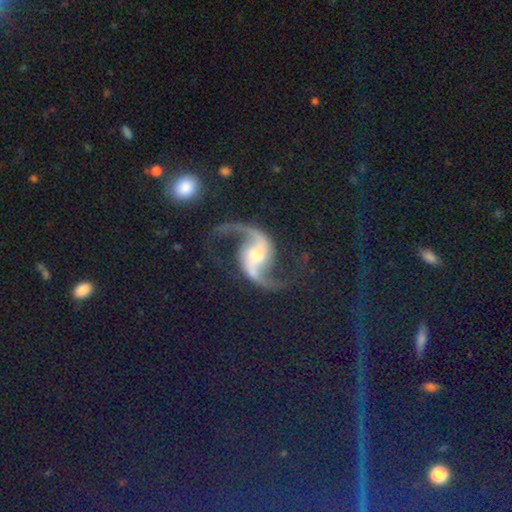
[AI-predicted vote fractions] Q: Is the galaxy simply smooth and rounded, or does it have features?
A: featured or disk — 94%.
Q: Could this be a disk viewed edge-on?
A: no — 98%.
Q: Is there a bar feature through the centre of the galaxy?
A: weak — 37%.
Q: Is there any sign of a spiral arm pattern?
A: yes — 98%.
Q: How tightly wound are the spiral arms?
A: loose — 71%.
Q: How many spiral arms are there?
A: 2 — 95%.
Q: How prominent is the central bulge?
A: moderate — 59%.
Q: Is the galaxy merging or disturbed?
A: none — 80%.